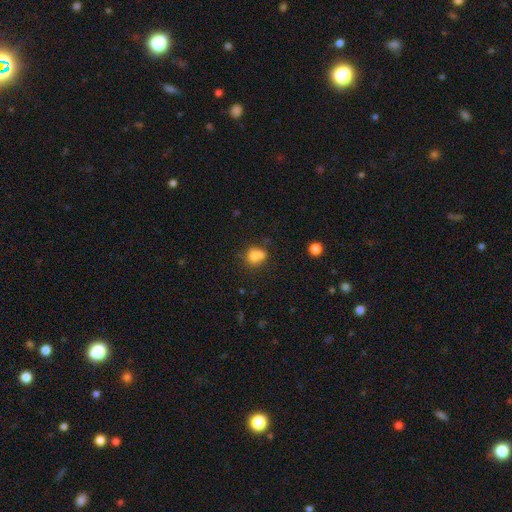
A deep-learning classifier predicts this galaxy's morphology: This is likely a smooth galaxy (72%). How rounded: possibly round (52%). Merging: marginally none (38%).